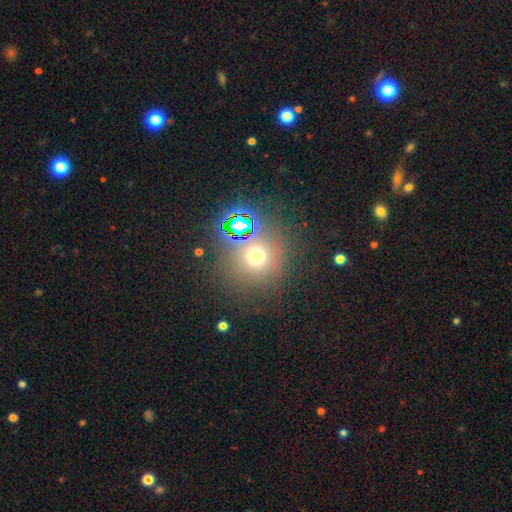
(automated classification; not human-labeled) smooth_or_featured: smooth (p=0.59) [alt: star or artifact p=0.31]
how_rounded: round (p=0.91) [alt: in between p=0.08]
merging: none (p=0.77) [alt: minor disturbance p=0.09]